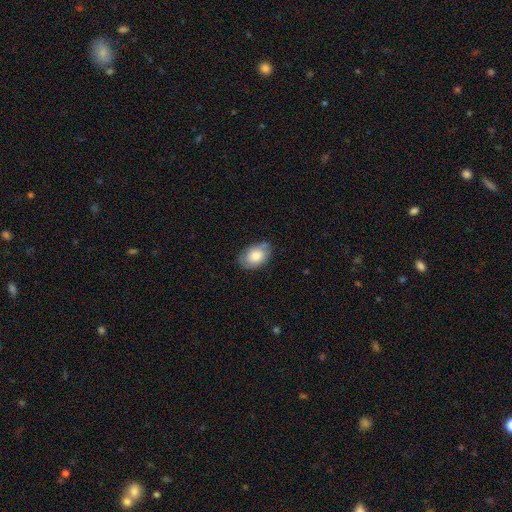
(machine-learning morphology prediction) This appears to be a smooth galaxy with no disk features (75%) that is in between round and cigar-shaped (85%). Merging: none (70%).